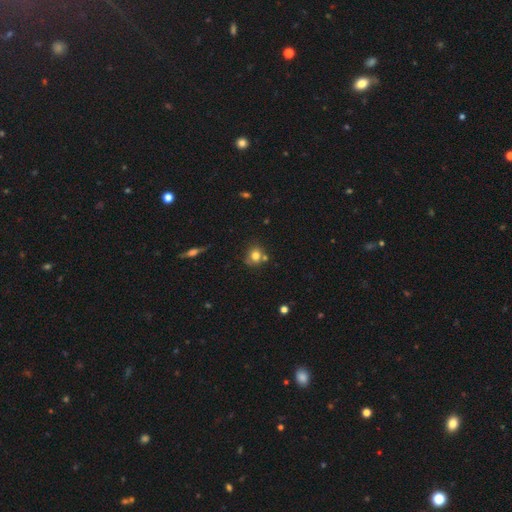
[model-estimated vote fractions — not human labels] This is likely a smooth galaxy (76%). How rounded: likely round (76%). Merging: likely none (62%).